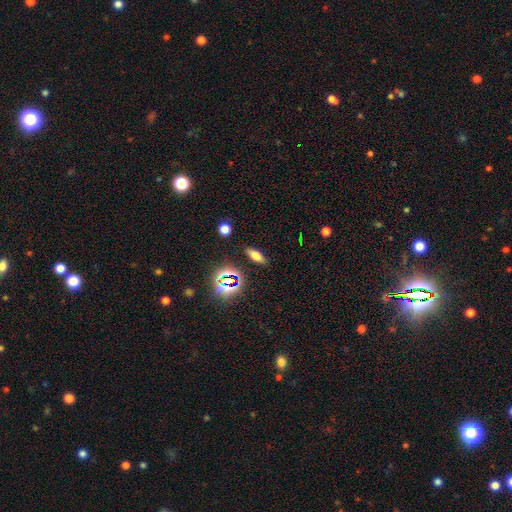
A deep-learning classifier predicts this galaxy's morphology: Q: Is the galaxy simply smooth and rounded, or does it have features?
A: smooth — 65%.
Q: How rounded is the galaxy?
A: in between — 69%.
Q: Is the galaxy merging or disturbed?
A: none — 86%.